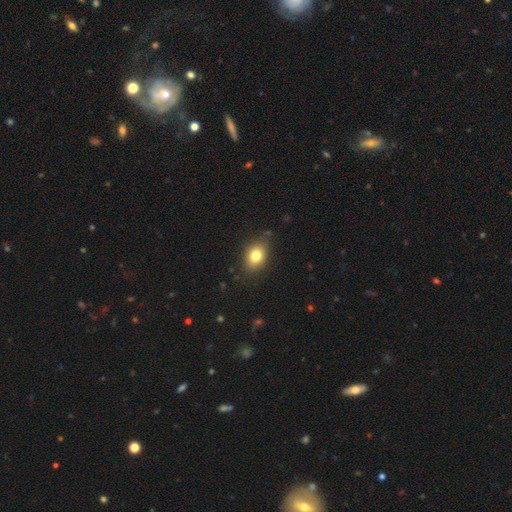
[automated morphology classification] A smooth galaxy with no disk features (80%) that is in between round and cigar-shaped (68%).

Vote fractions:
- Smooth or featured? smooth: 80% / featured or disk: 10% / star or artifact: 10%
- How rounded? in between: 68% / round: 31% / cigar-shaped: 1%
- Merging? none: 80% / minor disturbance: 15% / major disturbance: 3% / merger: 2%